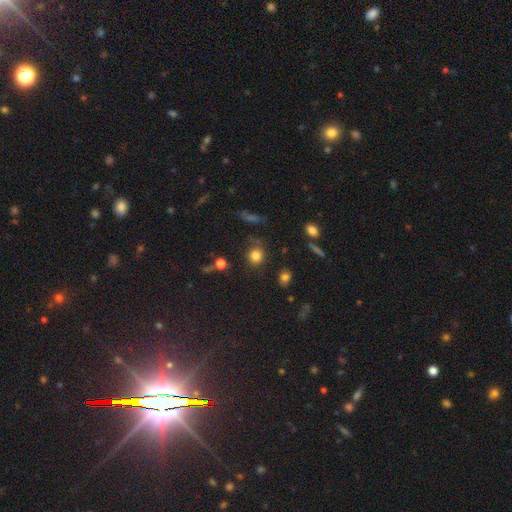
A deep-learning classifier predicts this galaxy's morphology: smooth_or_featured: smooth (p=0.81) [alt: star or artifact p=0.13]
how_rounded: round (p=0.80) [alt: in between p=0.19]
merging: none (p=0.75) [alt: minor disturbance p=0.14]